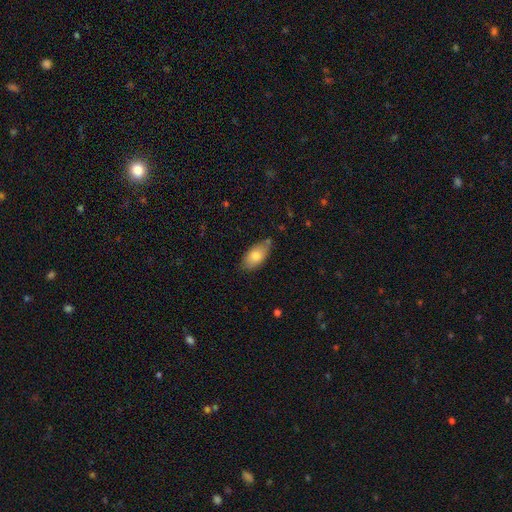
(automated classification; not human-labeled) The model was most divided on "merging": none: 69%, minor disturbance: 23%, major disturbance: 4%, merger: 4%. More confident: how rounded — in between (92%); smooth or featured — smooth (79%).